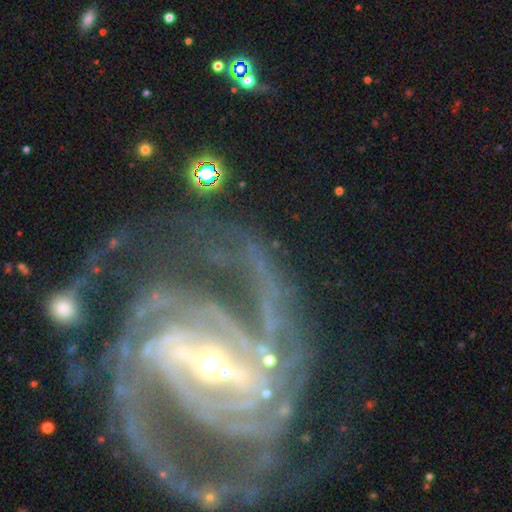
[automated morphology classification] Smooth or featured: featured or disk — 92% (star or artifact — 5%)
Edge-on disk: no — 98% (yes — 2%)
Bar: strong — 65% (weak — 26%)
Spiral arms: yes — 98% (no — 2%)
Spiral winding: tight — 47% (medium — 44%)
Spiral arm count: 2 — 39% (3 — 20%)
Bulge size: small — 71% (moderate — 24%)
Merging: none — 59% (major disturbance — 20%)